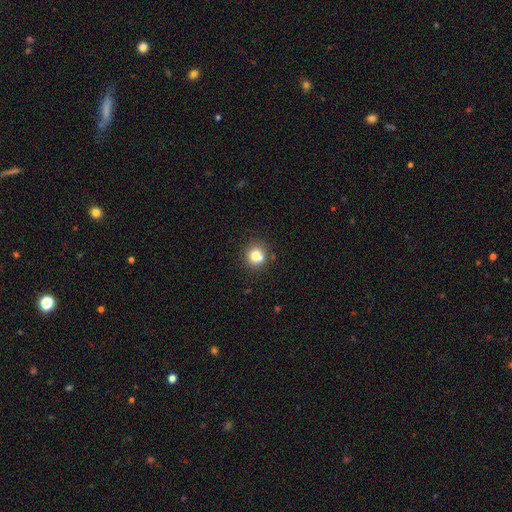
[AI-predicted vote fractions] smooth 76%, featured or disk 13%, star or artifact 11%. Down the decision tree: how rounded — round (87%); merging — none (66%).